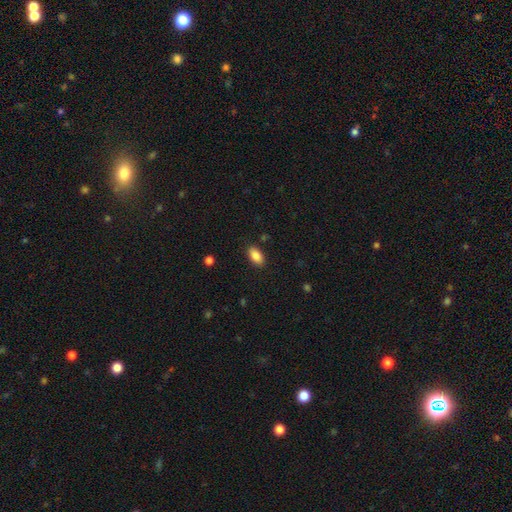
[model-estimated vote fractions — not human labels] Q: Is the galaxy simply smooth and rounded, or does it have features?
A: smooth — 87%.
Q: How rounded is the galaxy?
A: in between — 92%.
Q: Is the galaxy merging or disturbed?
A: none — 87%.